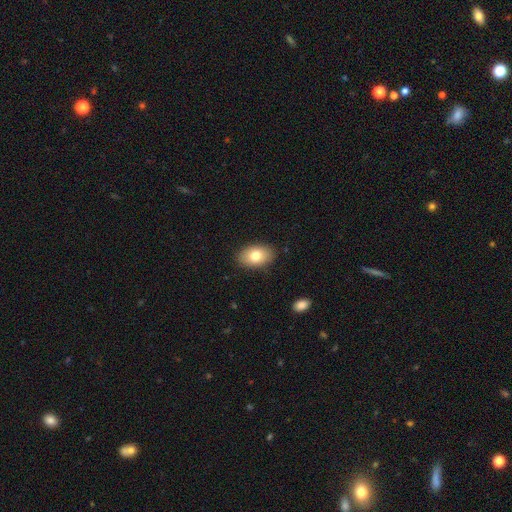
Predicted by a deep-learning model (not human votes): Smooth or featured?
  - smooth: 77% *
  - featured or disk: 15%
  - star or artifact: 7%
How rounded?
  - in between: 90% *
  - round: 9%
  - cigar-shaped: 1%
Merging?
  - none: 88% *
  - minor disturbance: 9%
  - major disturbance: 2%
  - merger: 1%